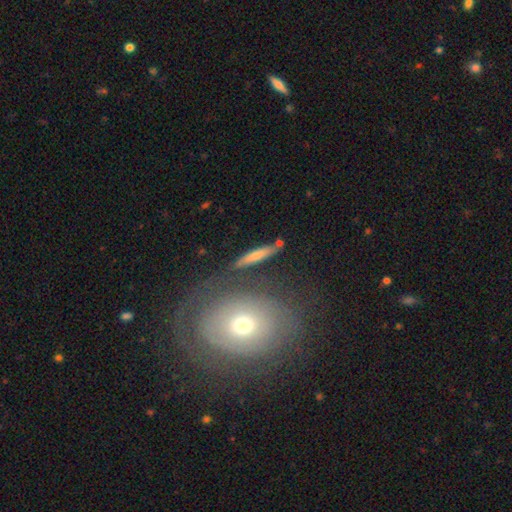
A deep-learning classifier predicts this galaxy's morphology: Smooth or featured? smooth (63%)
How rounded? cigar-shaped (85%)
Merging? none (74%)